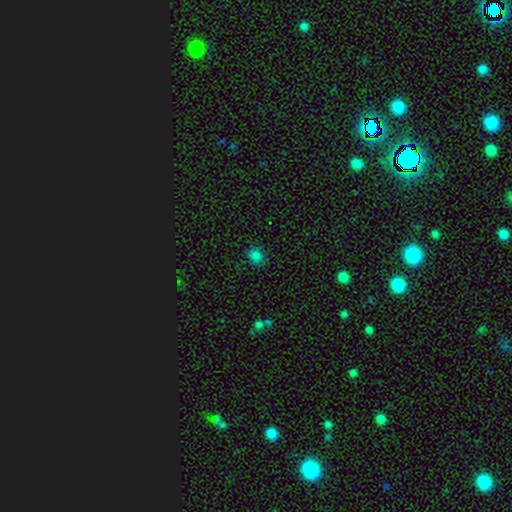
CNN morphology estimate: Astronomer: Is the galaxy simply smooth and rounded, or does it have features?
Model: smooth — 81%.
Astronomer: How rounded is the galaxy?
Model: round — 67%.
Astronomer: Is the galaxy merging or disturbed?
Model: none — 88%.